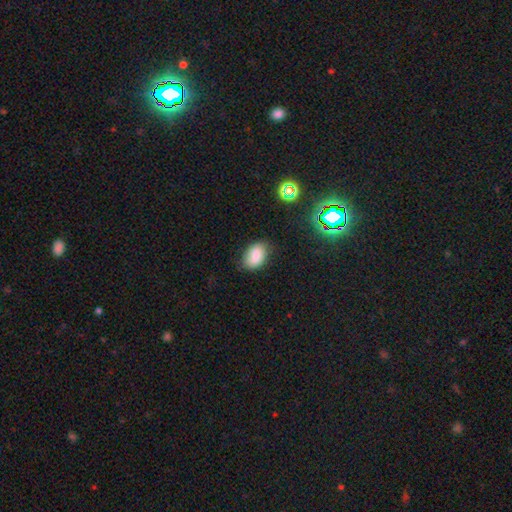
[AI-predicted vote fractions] Smooth or featured? Predicted: smooth (p=0.82). How rounded? Predicted: in between (p=0.88). Merging? Predicted: none (p=0.73).